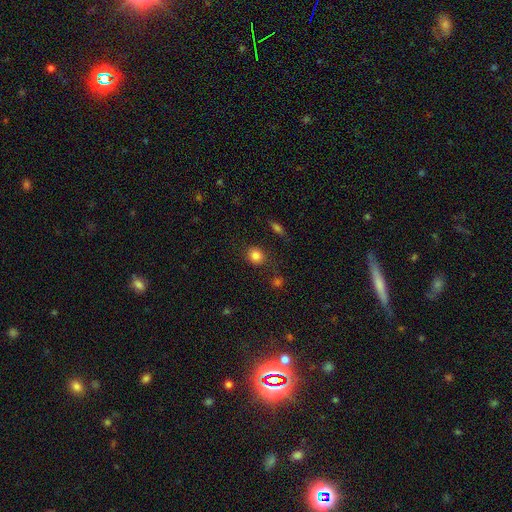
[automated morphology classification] This appears to be a smooth galaxy with no disk features (84%) that is round (72%). Merging: none (81%).